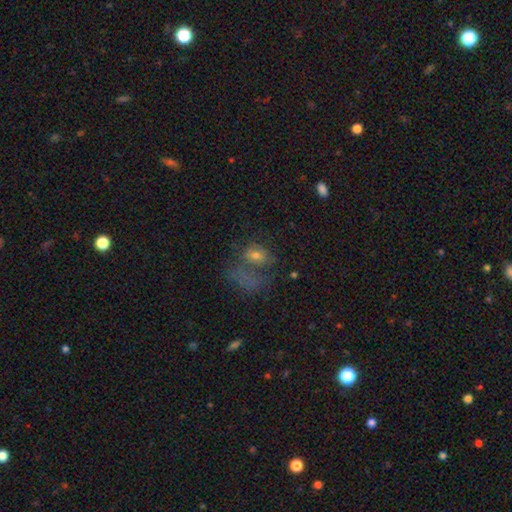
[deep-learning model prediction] This appears to be a smooth galaxy with no disk features (49%). Merging: major disturbance (38%).